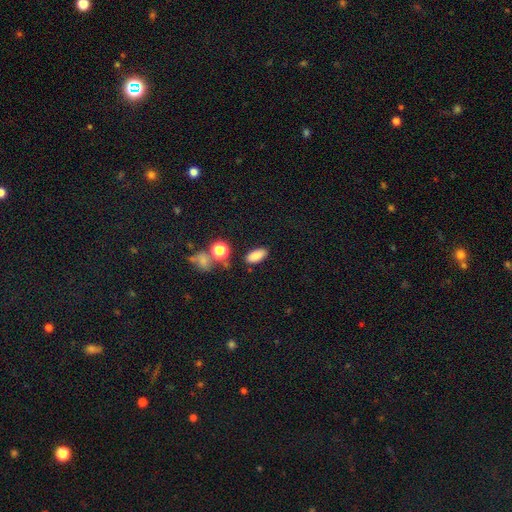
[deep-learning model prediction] Smooth or featured?
  - smooth: 84% *
  - star or artifact: 10%
  - featured or disk: 5%
How rounded?
  - in between: 87% *
  - cigar-shaped: 7%
  - round: 6%
Merging?
  - none: 82% *
  - minor disturbance: 10%
  - merger: 5%
  - major disturbance: 3%